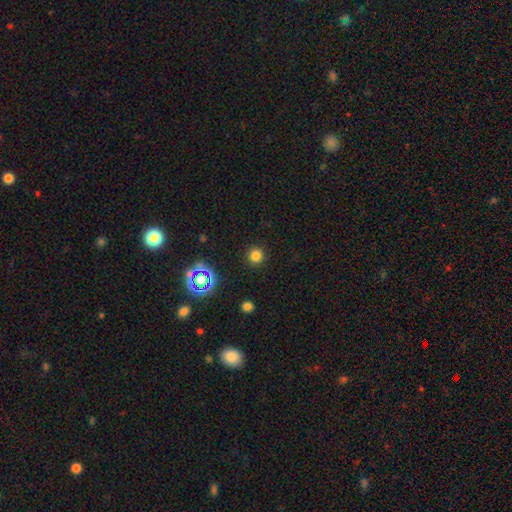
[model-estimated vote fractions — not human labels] The model was most divided on "smooth or featured": smooth: 77%, star or artifact: 18%, featured or disk: 5%. More confident: how rounded — round (95%); merging — none (91%).